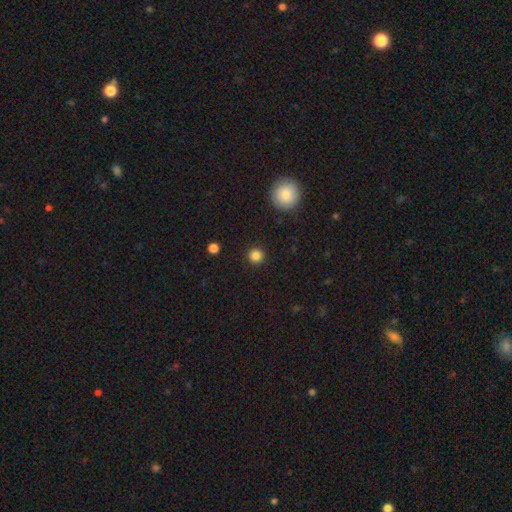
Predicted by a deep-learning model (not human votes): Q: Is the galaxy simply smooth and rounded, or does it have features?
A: smooth — 85%.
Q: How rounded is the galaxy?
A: round — 95%.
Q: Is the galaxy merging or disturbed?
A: none — 92%.